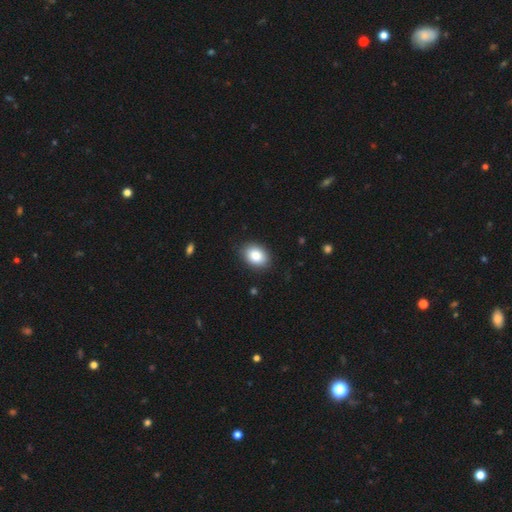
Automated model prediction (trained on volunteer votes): smooth 87%, star or artifact 7%, featured or disk 6%. Down the decision tree: how rounded — in between (77%); merging — none (87%).